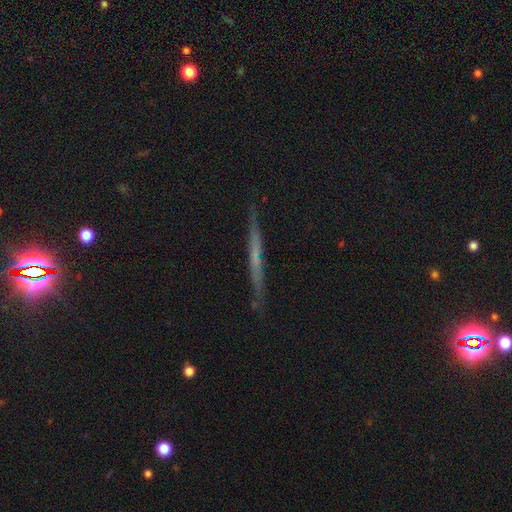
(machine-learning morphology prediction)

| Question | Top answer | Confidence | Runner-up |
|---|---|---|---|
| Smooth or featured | featured or disk | 55% | smooth (37%) |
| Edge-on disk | yes | 96% | no (4%) |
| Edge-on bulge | none | 85% | rounded (10%) |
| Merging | none | 87% | minor disturbance (10%) |